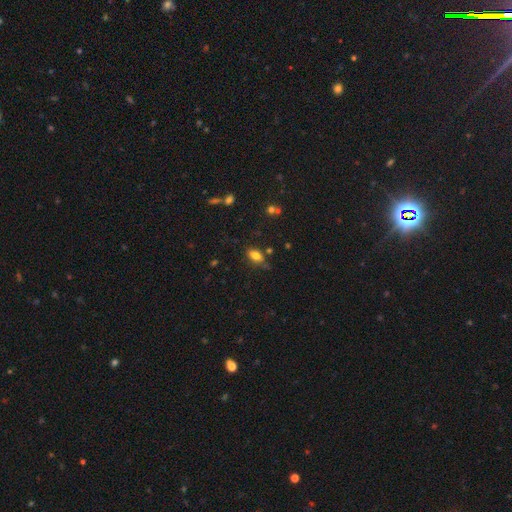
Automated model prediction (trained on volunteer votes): Smooth or featured? smooth (79%)
How rounded? in between (88%)
Merging? none (70%)